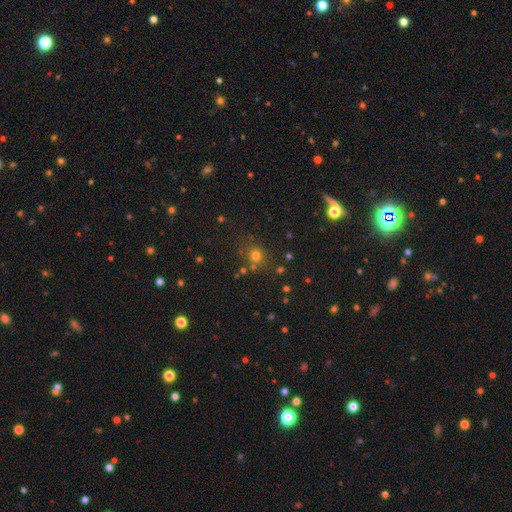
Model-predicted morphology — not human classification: Smooth or featured?
  - smooth: 71% *
  - star or artifact: 22%
  - featured or disk: 7%
How rounded?
  - round: 83% *
  - in between: 16%
  - cigar-shaped: 1%
Merging?
  - none: 77% *
  - minor disturbance: 10%
  - merger: 8%
  - major disturbance: 4%